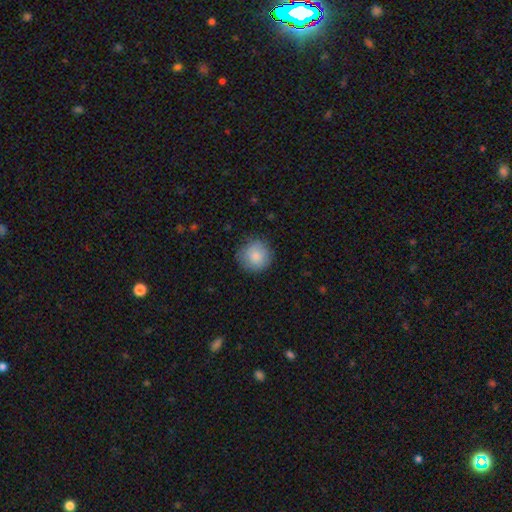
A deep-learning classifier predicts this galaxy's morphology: This appears to be a smooth galaxy with no disk features (85%) that is round (93%). Merging: none (82%).